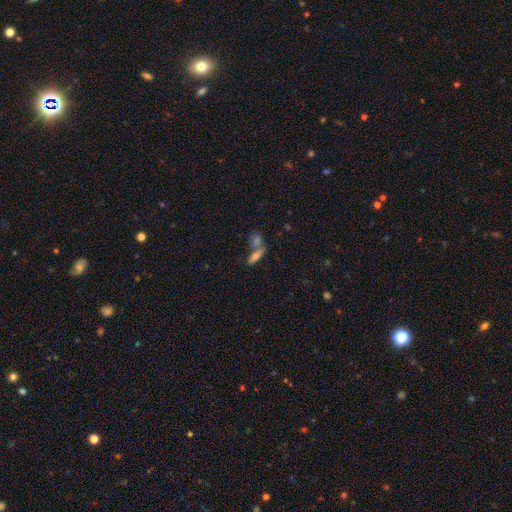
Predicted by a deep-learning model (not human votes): The model was most divided on "merging": merger: 46%, none: 40%, minor disturbance: 10%, major disturbance: 5%. More confident: smooth or featured — smooth (70%); how rounded — in between (56%).